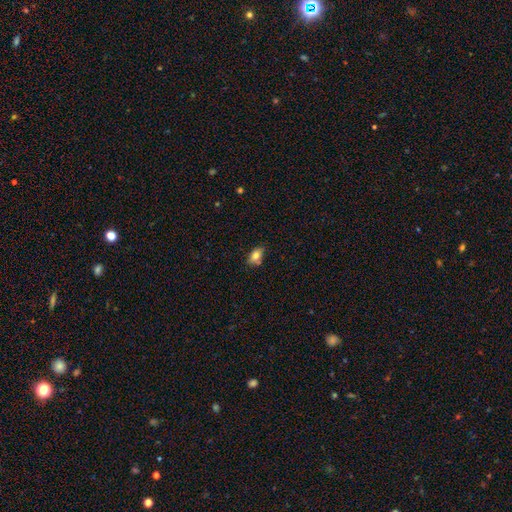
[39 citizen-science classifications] Volunteers were most divided on "merging": none: 57%, minor disturbance: 38%, merger: 5%, major disturbance: 0%. More confident: how rounded — in between (88%); smooth or featured — smooth (85%).